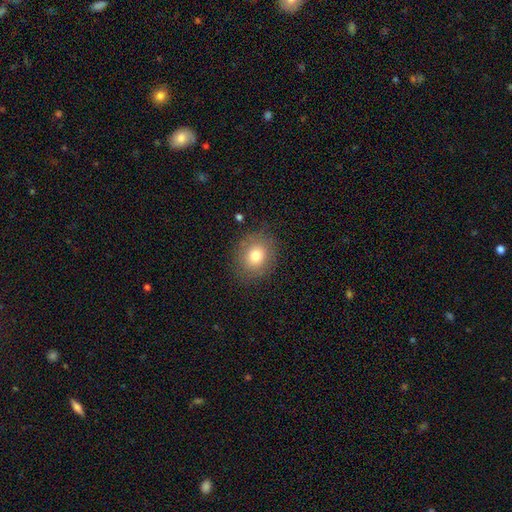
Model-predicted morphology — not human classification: Smooth or featured? Predicted: smooth (p=0.78). How rounded? Predicted: round (p=0.71). Merging? Predicted: none (p=0.84).